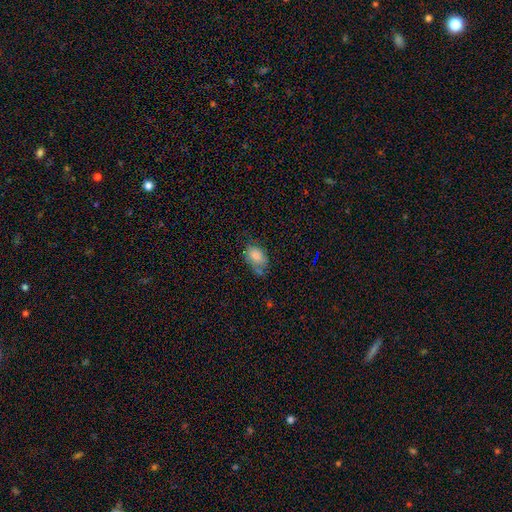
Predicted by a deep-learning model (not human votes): Morphology: type=smooth (79%); roundness=in between (85%); merging=none (50%).